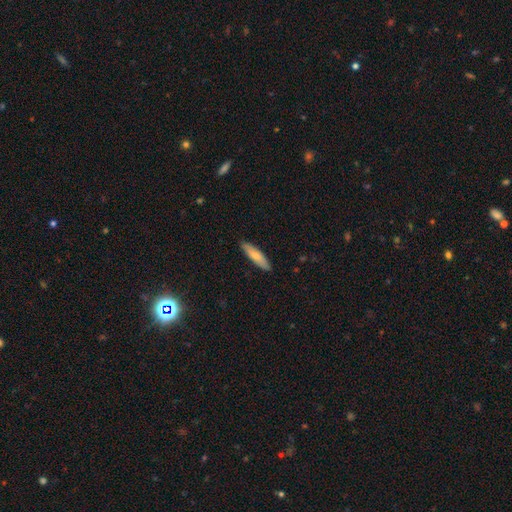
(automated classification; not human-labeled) The model was most divided on "how rounded": cigar-shaped: 72%, in between: 26%, round: 2%. More confident: merging — none (88%); smooth or featured — smooth (75%).